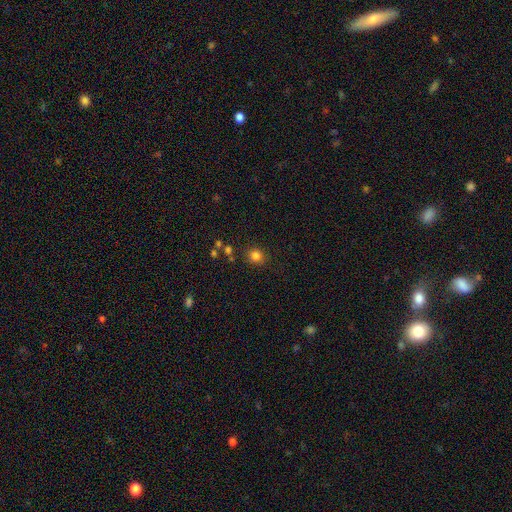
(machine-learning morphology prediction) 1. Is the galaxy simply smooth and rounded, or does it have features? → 82% smooth, 13% star or artifact, 5% featured or disk.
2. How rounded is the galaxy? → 80% round, 19% in between, 1% cigar-shaped.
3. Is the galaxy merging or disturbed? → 84% none, 9% minor disturbance, 4% merger, 3% major disturbance.